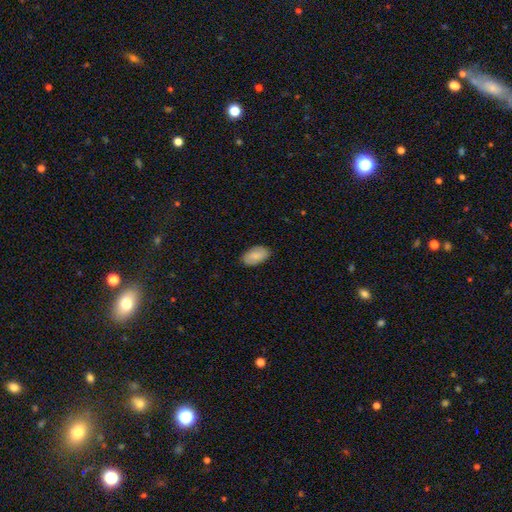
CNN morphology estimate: Overall: smooth (82%). How rounded: in between (94%). Merging: none (85%).